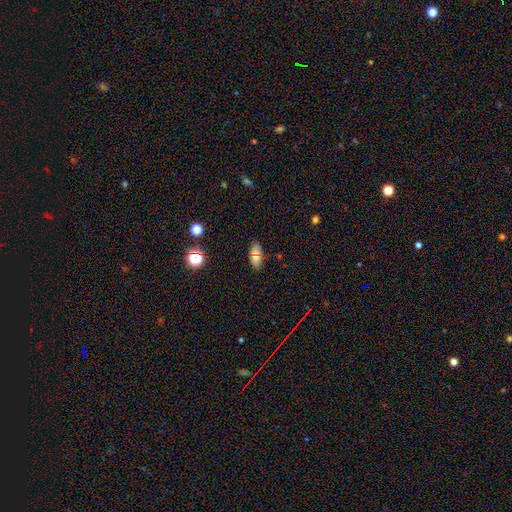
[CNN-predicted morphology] Smooth or featured? Predicted: smooth (p=0.73). How rounded? Predicted: in between (p=0.80). Merging? Predicted: none (p=0.80).